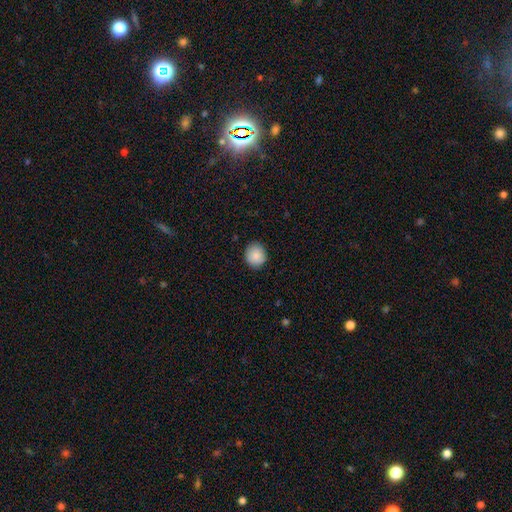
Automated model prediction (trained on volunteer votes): Smooth or featured? Predicted: smooth (p=0.88). How rounded? Predicted: round (p=0.81). Merging? Predicted: none (p=0.88).